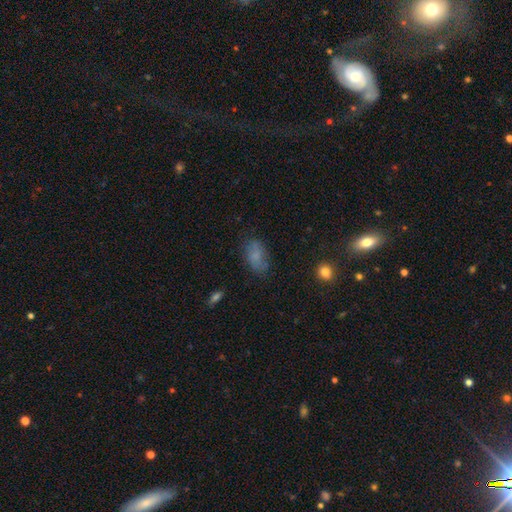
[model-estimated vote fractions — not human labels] smooth-or-featured: smooth: 73% | featured or disk: 15% | star or artifact: 12%
  how-rounded: in between: 90% | round: 6% | cigar-shaped: 3%
  merging: none: 68% | minor disturbance: 21% | major disturbance: 8% | merger: 3%